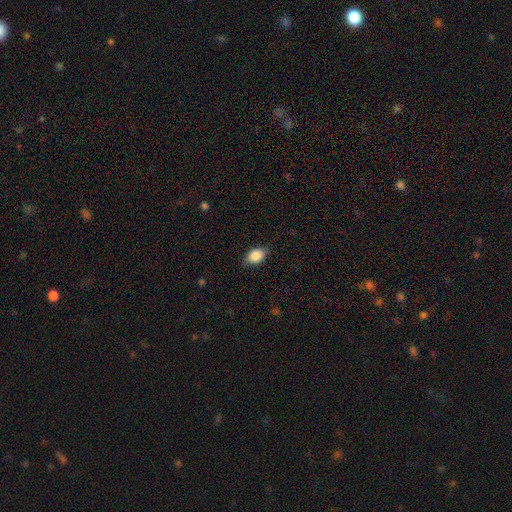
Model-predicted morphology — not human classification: Q: Smooth or featured?
A: smooth (85%); runner-up: featured or disk (8%)
Q: How rounded?
A: in between (83%); runner-up: round (15%)
Q: Merging?
A: none (80%); runner-up: minor disturbance (16%)